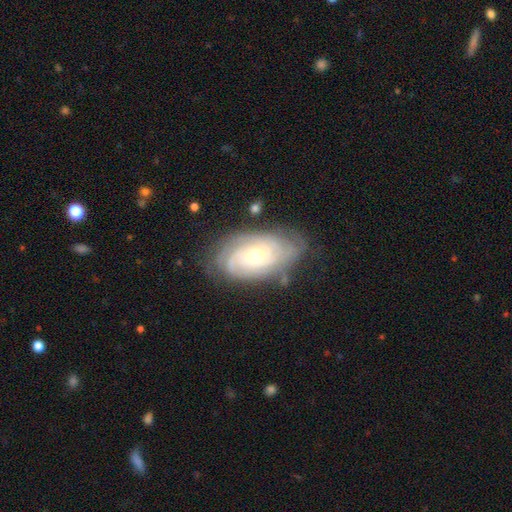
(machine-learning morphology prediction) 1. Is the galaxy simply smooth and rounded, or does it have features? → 82% featured or disk, 12% smooth, 6% star or artifact.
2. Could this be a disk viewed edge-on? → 95% no, 5% yes.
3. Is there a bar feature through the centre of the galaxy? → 77% no, 19% weak, 4% strong.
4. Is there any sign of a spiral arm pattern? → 95% yes, 5% no.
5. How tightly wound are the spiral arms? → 77% tight, 19% medium, 4% loose.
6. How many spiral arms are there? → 40% can't tell, 19% 3, 16% 4, 14% 2, 6% more than 4, 5% 1.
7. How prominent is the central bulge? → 49% moderate, 47% small, 2% large, 1% none, 1% dominant.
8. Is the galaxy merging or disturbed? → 72% none, 20% minor disturbance, 6% major disturbance, 2% merger.